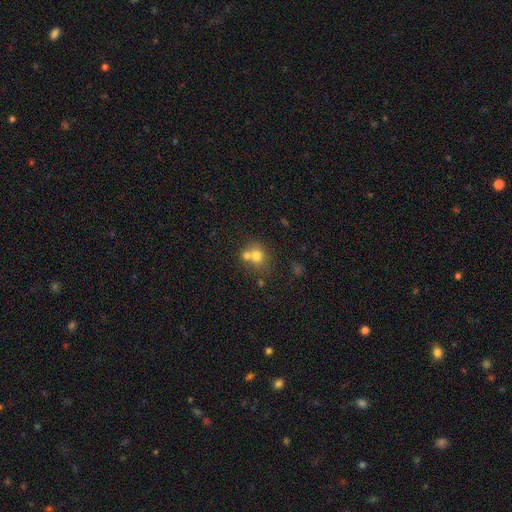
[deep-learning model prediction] Smooth or featured? Predicted: smooth (p=0.72). How rounded? Predicted: round (p=0.74). Merging? Predicted: merger (p=0.47).